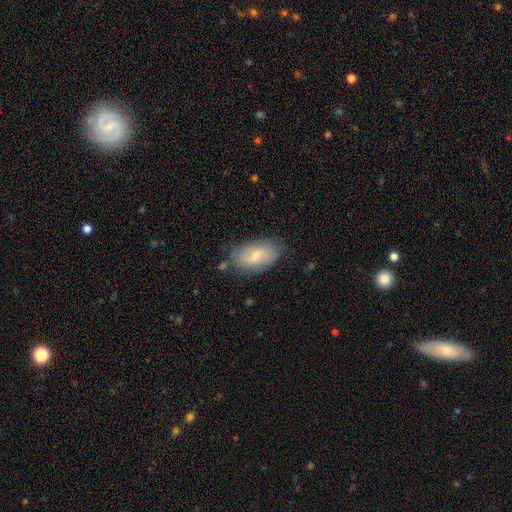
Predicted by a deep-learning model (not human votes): Morphology: type=smooth (58%); roundness=in between (92%); merging=none (72%).